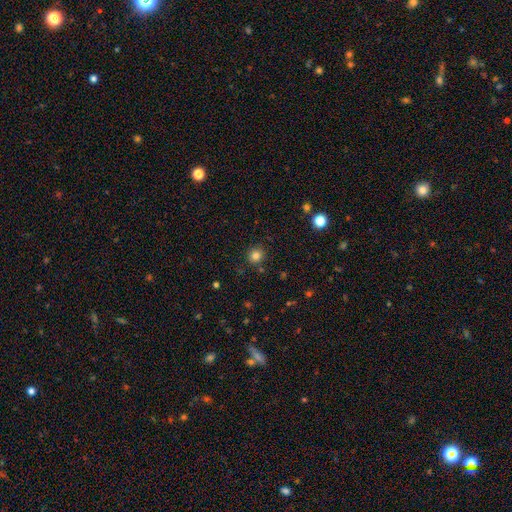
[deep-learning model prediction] This appears to be a smooth galaxy with no disk features (81%) that is round (92%). Merging: none (88%).